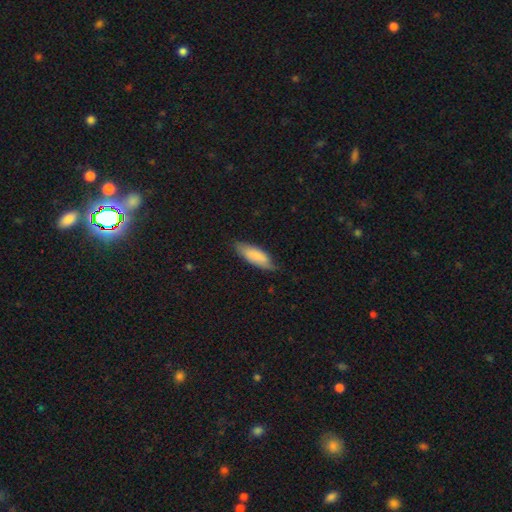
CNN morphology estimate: Smooth or featured: smooth — 80% (featured or disk — 15%)
How rounded: in between — 69% (cigar-shaped — 30%)
Merging: none — 69% (minor disturbance — 26%)